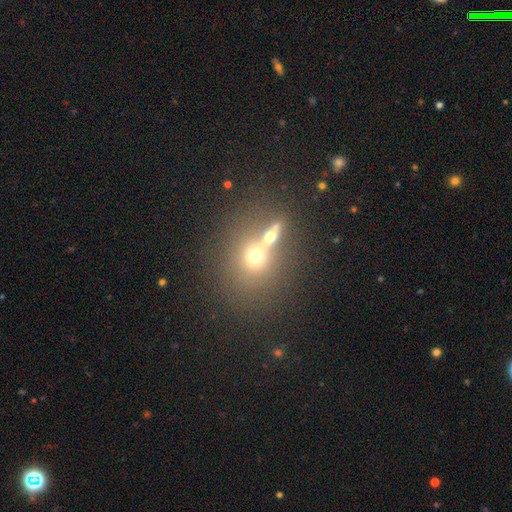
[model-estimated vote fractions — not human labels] smooth_or_featured: smooth (p=0.56) [alt: featured or disk p=0.22]
how_rounded: round (p=0.76) [alt: in between p=0.22]
merging: merger (p=0.51) [alt: none p=0.37]